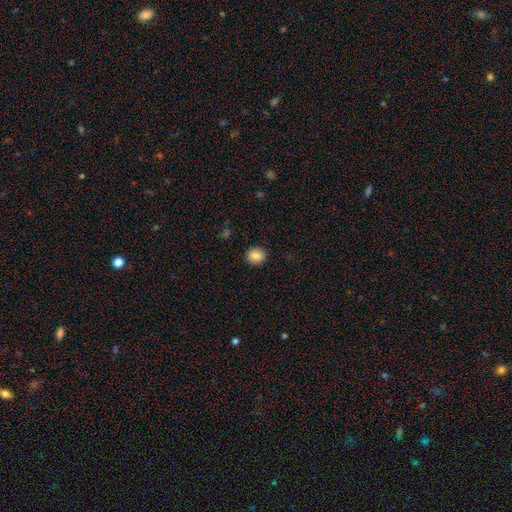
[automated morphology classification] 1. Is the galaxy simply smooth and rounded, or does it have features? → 81% smooth, 10% featured or disk, 9% star or artifact.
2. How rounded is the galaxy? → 78% round, 21% in between, 1% cigar-shaped.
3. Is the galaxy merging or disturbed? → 90% none, 7% minor disturbance, 2% major disturbance, 1% merger.